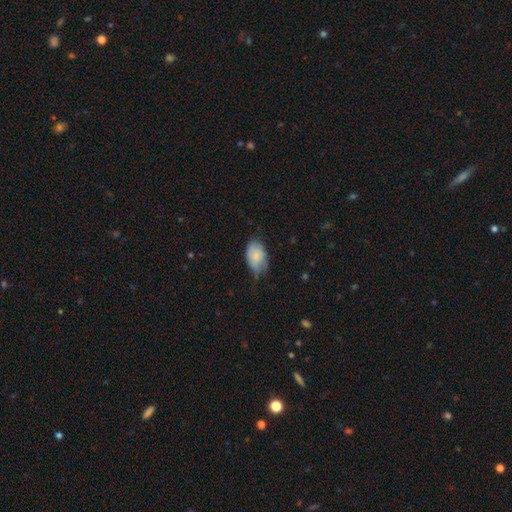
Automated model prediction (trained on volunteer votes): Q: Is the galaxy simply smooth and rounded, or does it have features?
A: smooth — 78%.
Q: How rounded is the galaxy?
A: in between — 90%.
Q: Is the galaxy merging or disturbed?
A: none — 49%.